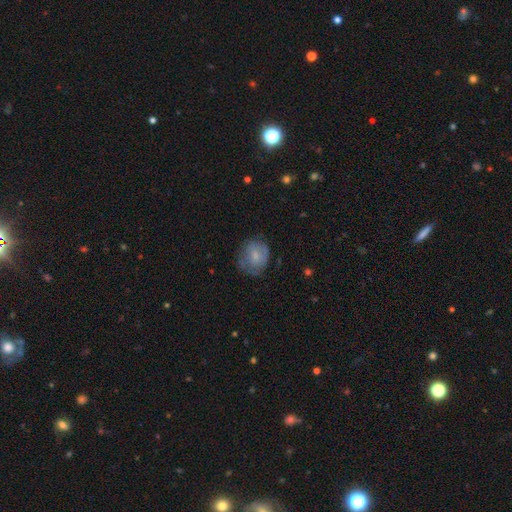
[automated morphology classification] Smooth or featured? Predicted: smooth (p=0.64). How rounded? Predicted: round (p=0.61). Merging? Predicted: none (p=0.61).